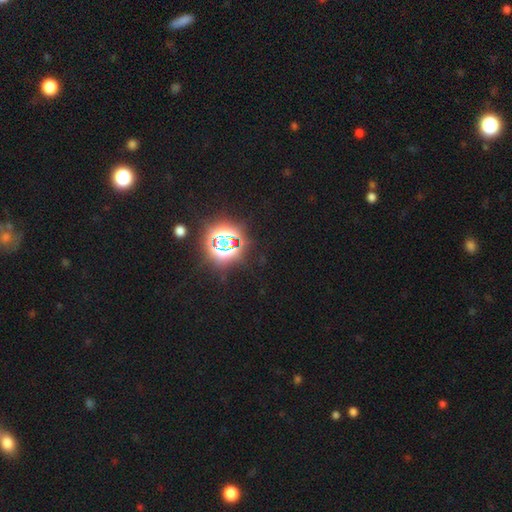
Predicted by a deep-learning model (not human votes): A star or artifact, not a galaxy (81%).

Vote fractions:
- Smooth or featured? star or artifact: 81% / smooth: 13% / featured or disk: 5%